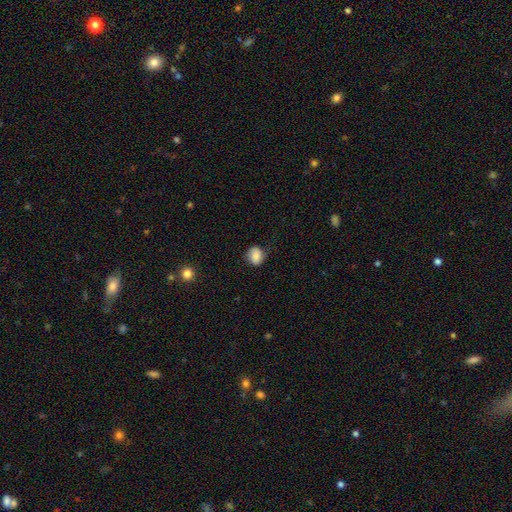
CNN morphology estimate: Smooth or featured? Predicted: smooth (p=0.81). How rounded? Predicted: round (p=0.63). Merging? Predicted: none (p=0.70).